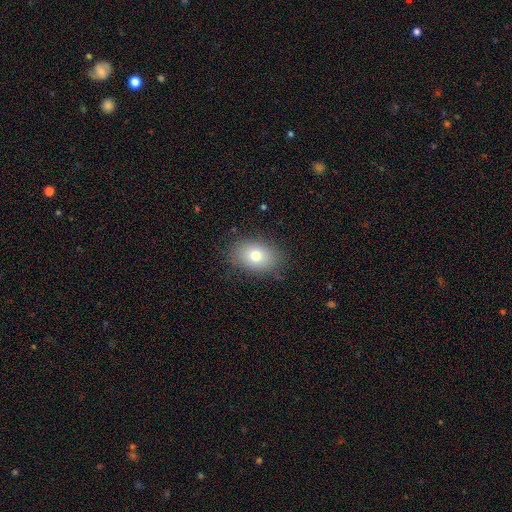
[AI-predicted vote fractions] smooth_or_featured: smooth (p=0.75) [alt: featured or disk p=0.14]
how_rounded: in between (p=0.76) [alt: round p=0.23]
merging: none (p=0.84) [alt: minor disturbance p=0.12]